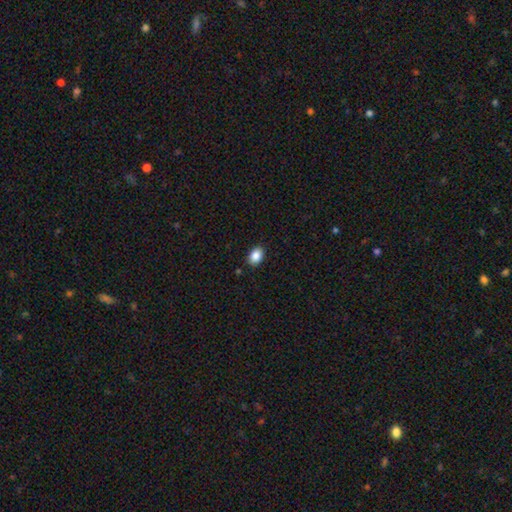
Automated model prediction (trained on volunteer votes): smooth 87%, star or artifact 8%, featured or disk 4%. Down the decision tree: how rounded — in between (79%); merging — none (89%).